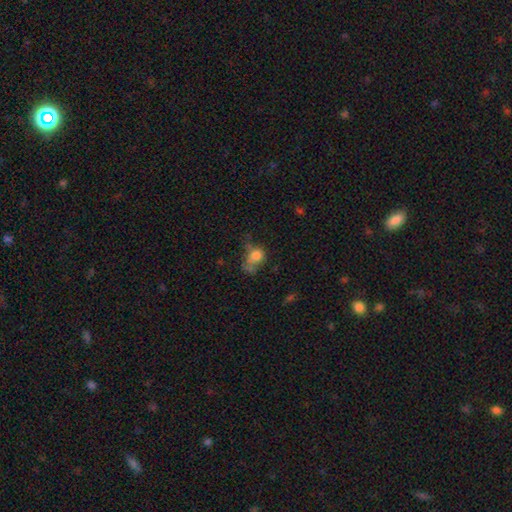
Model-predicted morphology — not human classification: Overall: smooth (73%). How rounded: in between (50%; round 49%). Merging: none (33%; minor disturbance 26%).